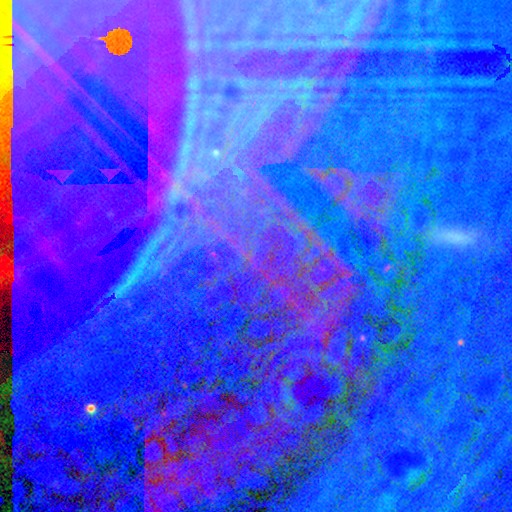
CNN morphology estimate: The model was most divided on "smooth or featured": star or artifact: 88%, featured or disk: 6%, smooth: 5%.